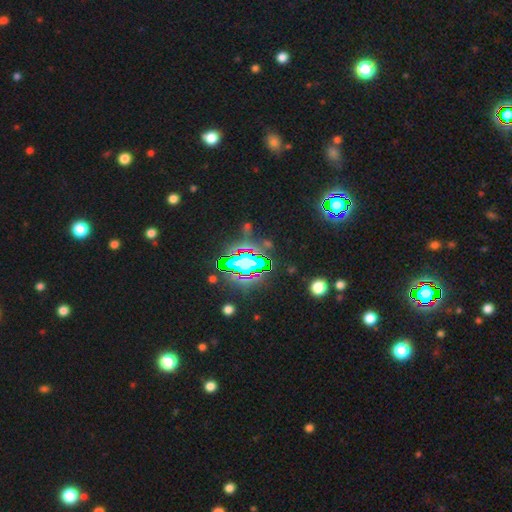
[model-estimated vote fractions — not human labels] Morphology: type=star or artifact (81%).